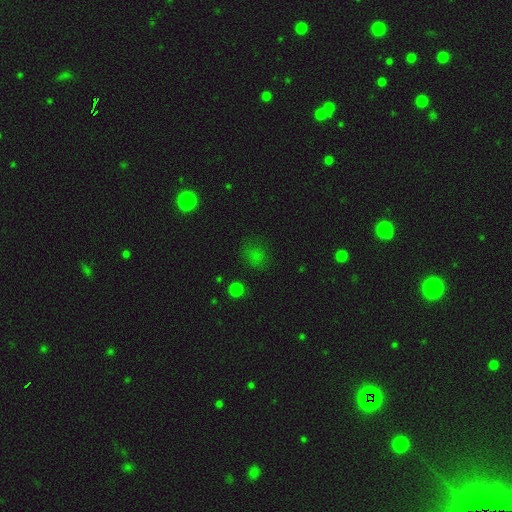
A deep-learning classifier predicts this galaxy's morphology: A smooth galaxy with no disk features (63%) that is round (71%). Merging: none (74%).